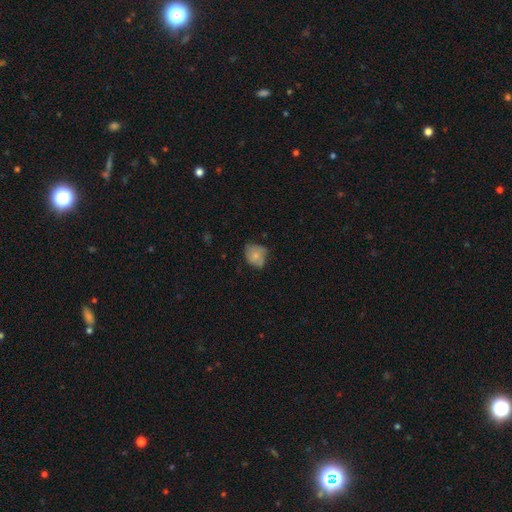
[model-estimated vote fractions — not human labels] This appears to be a smooth galaxy with no disk features (66%) that is round (54%). Merging: none (48%).